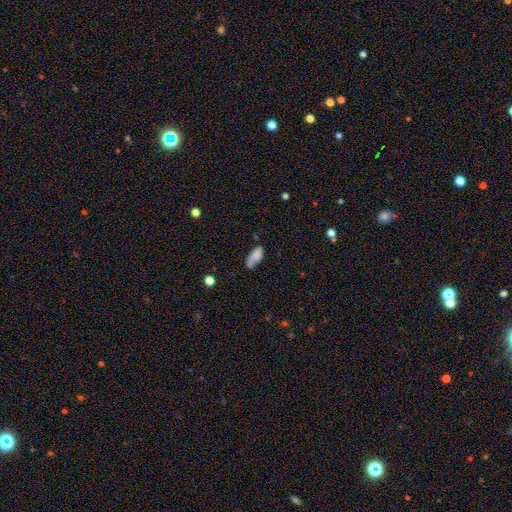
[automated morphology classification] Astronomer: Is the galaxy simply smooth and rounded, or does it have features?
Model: smooth — 74%.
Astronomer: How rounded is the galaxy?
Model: in between — 82%.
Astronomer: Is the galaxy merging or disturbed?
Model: none — 45% (runner-up: minor disturbance, 30%).